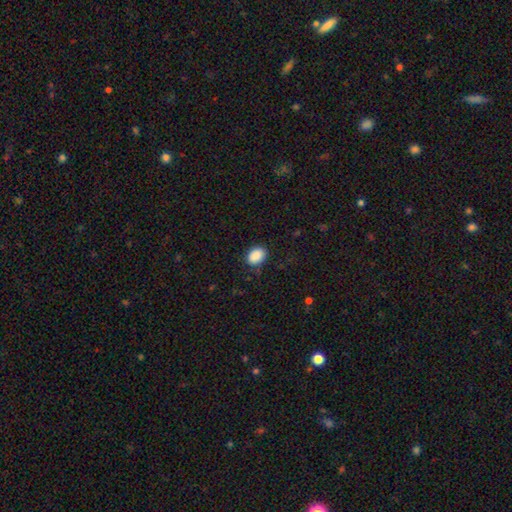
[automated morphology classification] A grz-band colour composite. It shows a smooth galaxy with no disk features (89%) that is in between round and cigar-shaped (66%). Merging: none (85%).